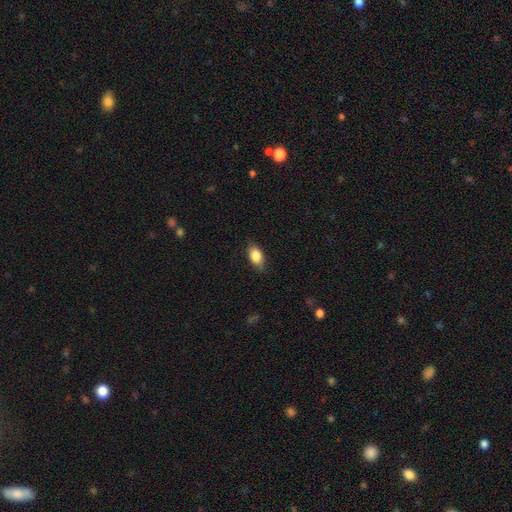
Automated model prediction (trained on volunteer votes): The model was most divided on "merging": none: 81%, minor disturbance: 15%, major disturbance: 3%, merger: 1%. More confident: how rounded — in between (88%); smooth or featured — smooth (85%).